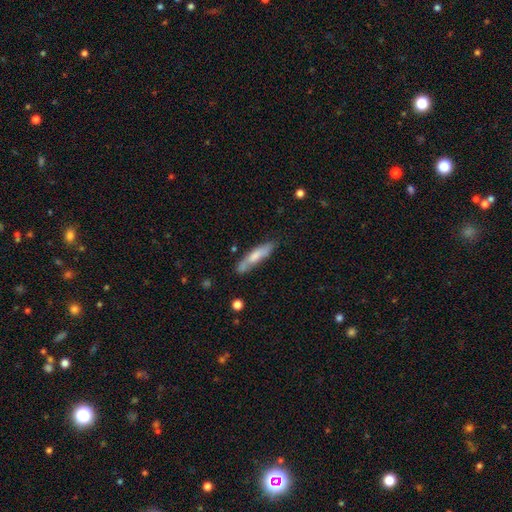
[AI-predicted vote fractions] Smooth or featured? smooth (64%)
How rounded? cigar-shaped (79%)
Merging? none (69%)